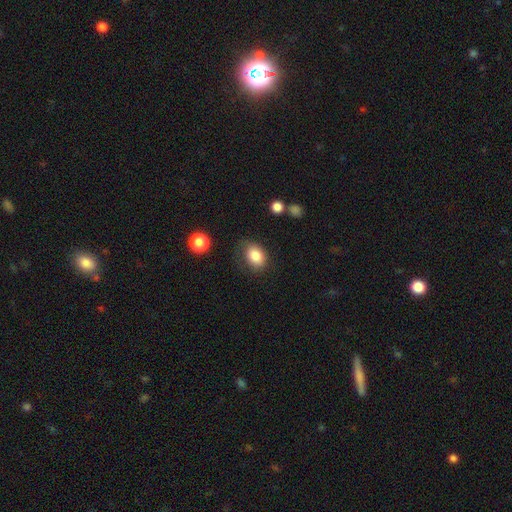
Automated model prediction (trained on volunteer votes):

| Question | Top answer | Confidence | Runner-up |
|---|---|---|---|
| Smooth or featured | smooth | 85% | star or artifact (9%) |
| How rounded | in between | 71% | round (28%) |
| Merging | none | 70% | minor disturbance (21%) |